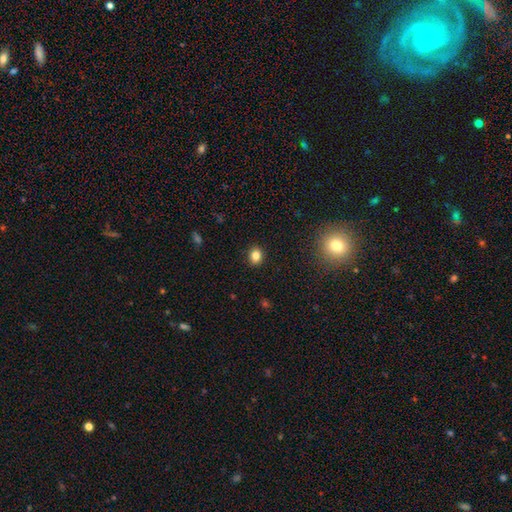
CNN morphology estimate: smooth_or_featured: smooth (p=0.83) [alt: star or artifact p=0.12]
how_rounded: round (p=0.58) [alt: in between p=0.41]
merging: none (p=0.90) [alt: minor disturbance p=0.07]